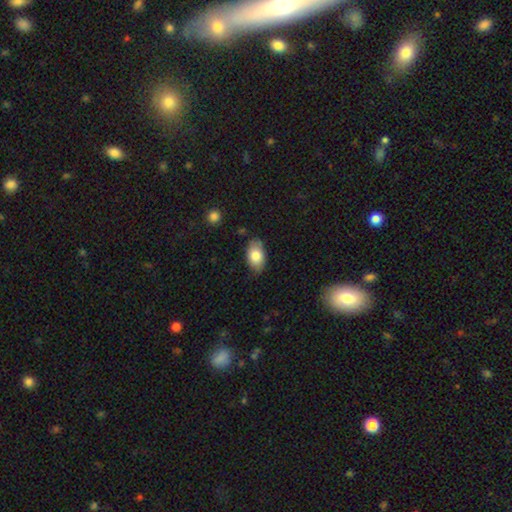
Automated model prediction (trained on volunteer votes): Overall: smooth (81%). How rounded: in between (91%). Merging: none (78%).